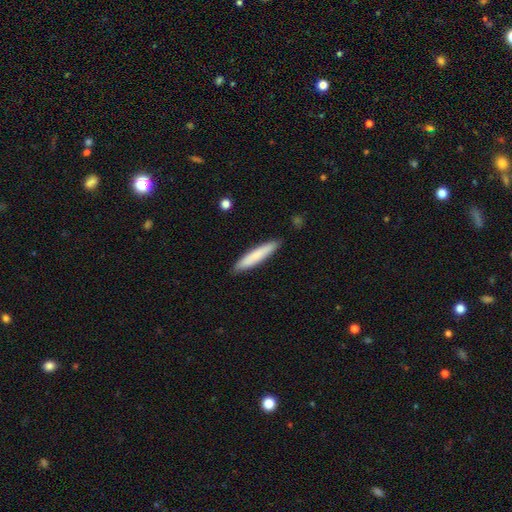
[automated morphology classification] A smooth galaxy with no disk features (77%) that is cigar-shaped (90%).

Vote fractions:
- Smooth or featured? smooth: 77% / featured or disk: 17% / star or artifact: 5%
- How rounded? cigar-shaped: 90% / in between: 9% / round: 1%
- Merging? none: 89% / minor disturbance: 8% / major disturbance: 2% / merger: 1%